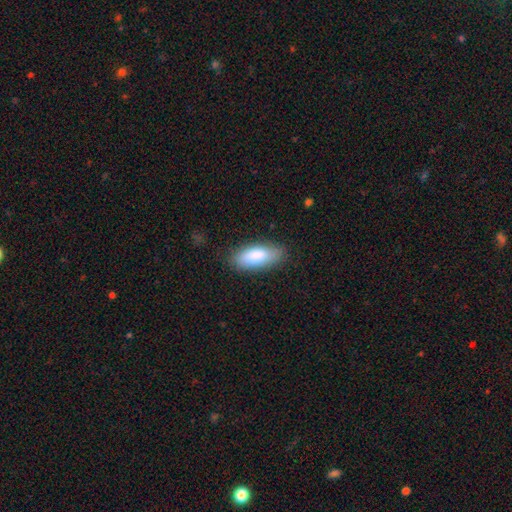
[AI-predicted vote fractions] Smooth or featured: smooth — 87% (featured or disk — 7%)
How rounded: in between — 80% (cigar-shaped — 18%)
Merging: none — 83% (minor disturbance — 13%)